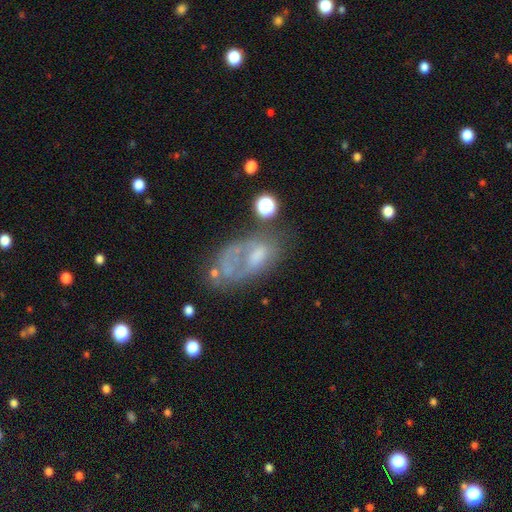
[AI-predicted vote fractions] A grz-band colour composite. It shows a featured or disk galaxy (51%). Merging: major disturbance (33%, tied with none).